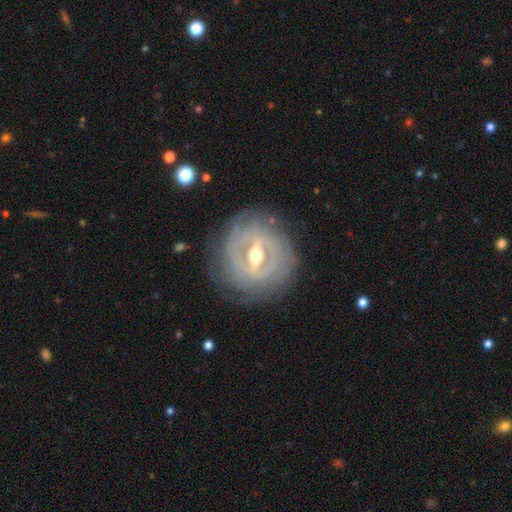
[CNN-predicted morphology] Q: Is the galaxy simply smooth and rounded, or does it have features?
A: featured or disk — 89%.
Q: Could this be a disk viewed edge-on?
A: no — 93%.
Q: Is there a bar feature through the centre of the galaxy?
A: strong — 63%.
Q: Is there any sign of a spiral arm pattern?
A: yes — 83%.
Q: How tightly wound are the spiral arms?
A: tight — 79%.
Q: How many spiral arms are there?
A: can't tell — 45%.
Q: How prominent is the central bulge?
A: moderate — 68%.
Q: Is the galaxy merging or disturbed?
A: none — 81%.